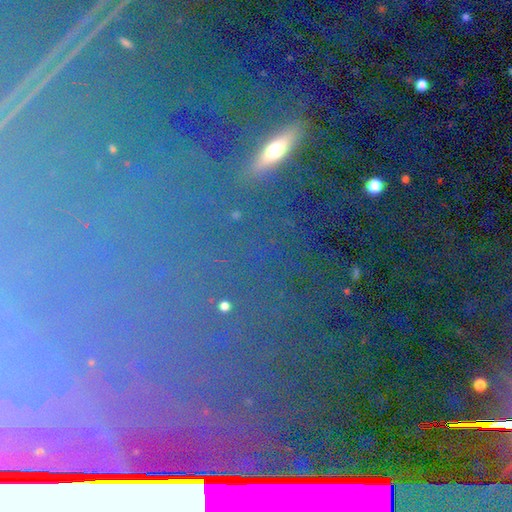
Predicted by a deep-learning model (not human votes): Smooth or featured?
  - star or artifact: 57% *
  - smooth: 26%
  - featured or disk: 17%